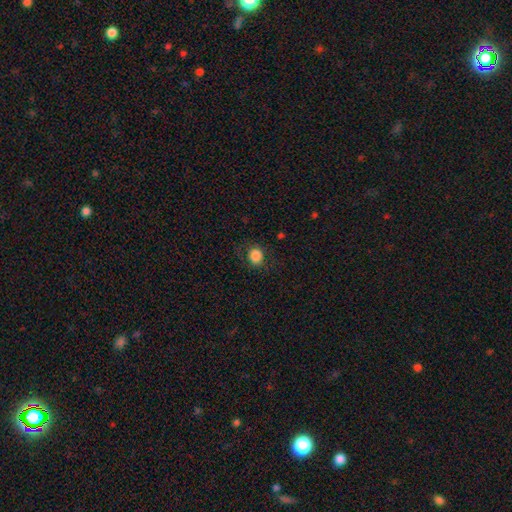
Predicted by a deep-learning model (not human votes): Smooth or featured? Predicted: smooth (p=0.84). How rounded? Predicted: round (p=0.78). Merging? Predicted: none (p=0.82).